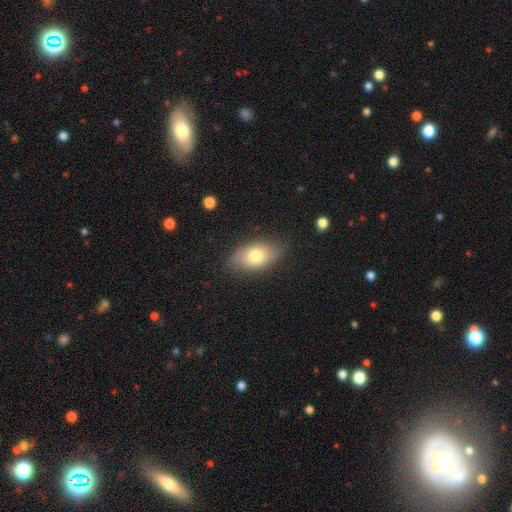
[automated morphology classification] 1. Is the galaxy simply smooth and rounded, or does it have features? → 72% smooth, 21% featured or disk, 8% star or artifact.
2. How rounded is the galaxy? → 89% in between, 8% round, 2% cigar-shaped.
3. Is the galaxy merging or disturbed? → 78% none, 17% minor disturbance, 4% major disturbance, 1% merger.